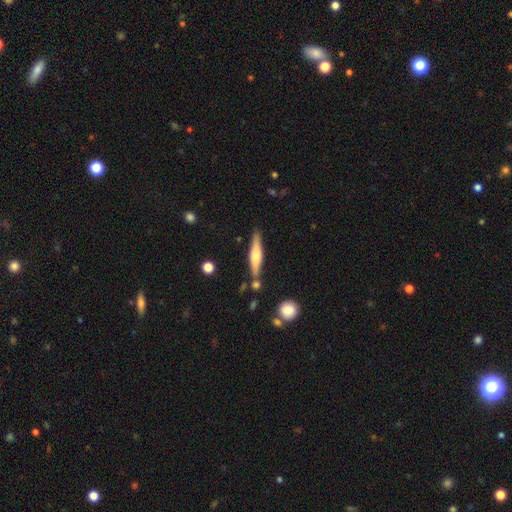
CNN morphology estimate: A featured or disk galaxy (53%) viewed edge-on (95%) with a rounded central bulge (80%).

Vote fractions:
- Smooth or featured? featured or disk: 53% / smooth: 41% / star or artifact: 6%
- Edge-on disk? yes: 95% / no: 5%
- Edge-on bulge? rounded: 80% / boxy: 14% / none: 6%
- Merging? none: 80% / minor disturbance: 11% / merger: 6% / major disturbance: 3%